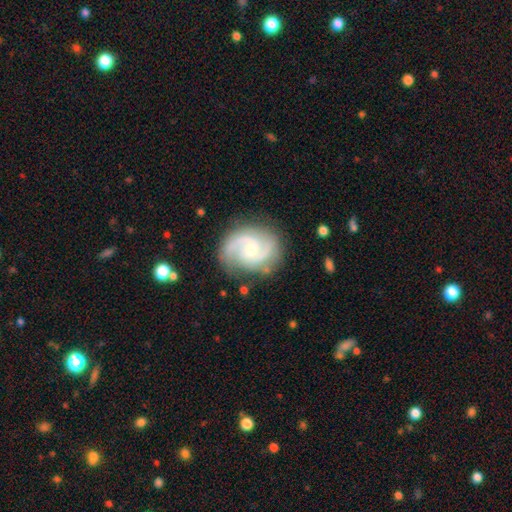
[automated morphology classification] Smooth or featured: featured or disk — 88% (smooth — 7%)
Edge-on disk: no — 98% (yes — 2%)
Bar: no — 56% (weak — 38%)
Spiral arms: yes — 97% (no — 3%)
Spiral winding: medium — 55% (tight — 30%)
Spiral arm count: 2 — 87% (3 — 5%)
Bulge size: moderate — 48% (small — 47%)
Merging: none — 81% (minor disturbance — 13%)